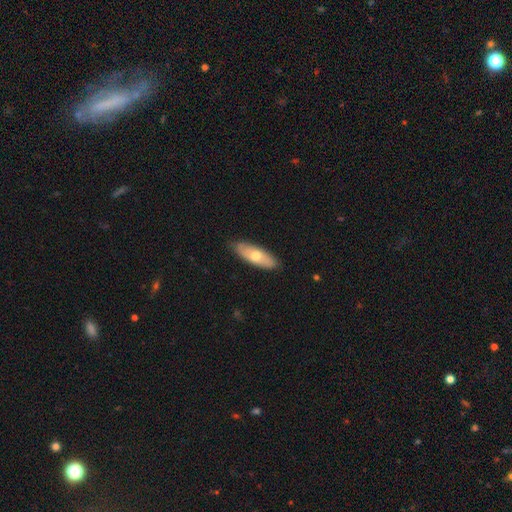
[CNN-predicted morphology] Overall: smooth (59%; featured or disk 36%). How rounded: in between (68%; cigar-shaped 29%). Merging: none (84%).